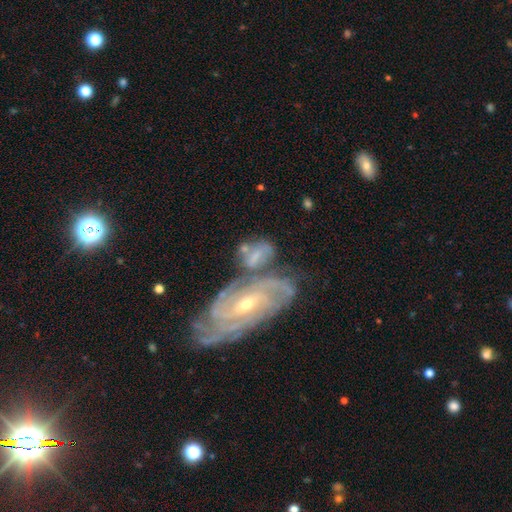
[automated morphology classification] Smooth or featured? featured or disk (61%)
Edge-on disk? no (93%)
Bar? no (38%, tied with weak)
Spiral arms? yes (77%)
Bulge size? small (50%)
Merging? merger (37%)